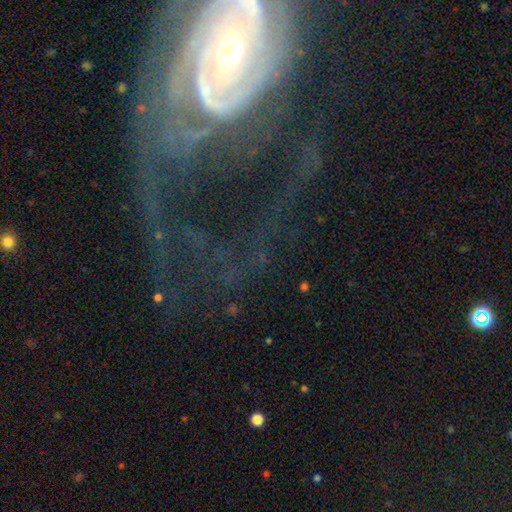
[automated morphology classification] featured or disk 84%, star or artifact 9%, smooth 7%. Down the decision tree: edge-on disk — no (95%); bar — no (54%); spiral arms — yes (89%); spiral arm count — 2 (42%); spiral winding — tight (47%); bulge size — moderate (53%); merging — none (42%).